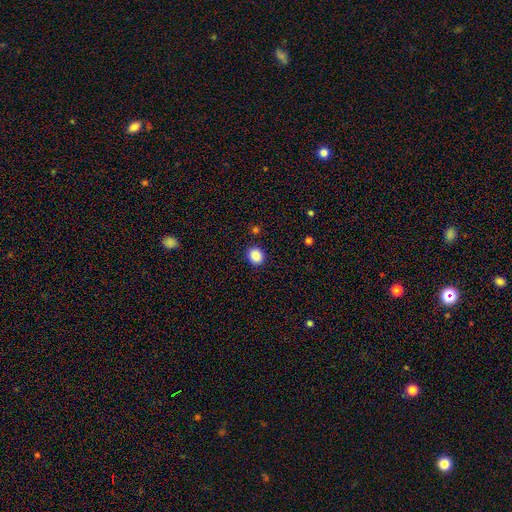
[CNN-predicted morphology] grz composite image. It shows a smooth galaxy with no disk features (88%) that is round (66%). Merging: none (88%).